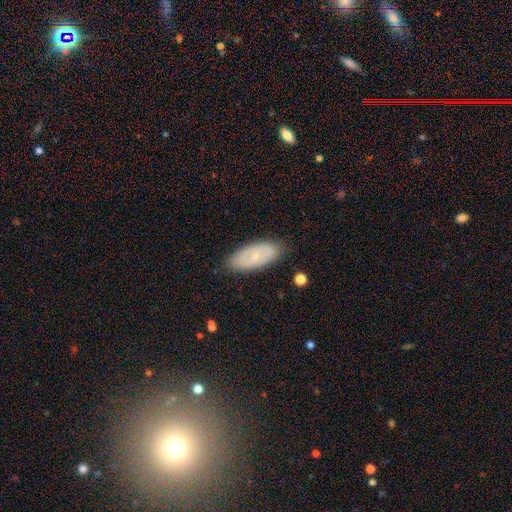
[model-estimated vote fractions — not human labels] This is possibly a smooth galaxy (52%). How rounded: clearly in between (87%). Merging: clearly none (83%).